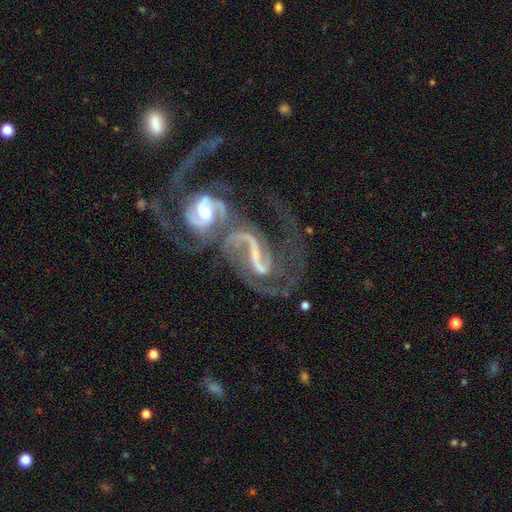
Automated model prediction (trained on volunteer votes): smooth-or-featured: featured or disk: 89% | star or artifact: 6% | smooth: 5%
  disk-edge-on: no: 97% | yes: 3%
    bar: strong: 53% | weak: 33% | no: 14%
    has-spiral-arms: yes: 96% | no: 4%
      spiral-winding: medium: 50% | loose: 31% | tight: 19%
      spiral-arm-count: 2: 79% | can't tell: 6% | 1: 6% | 3: 5% | 4: 2% | more than 4: 2%
    bulge-size: small: 39% | moderate: 27% | none: 26% | large: 5% | dominant: 2%
  merging: merger: 56% | none: 17% | major disturbance: 17% | minor disturbance: 9%